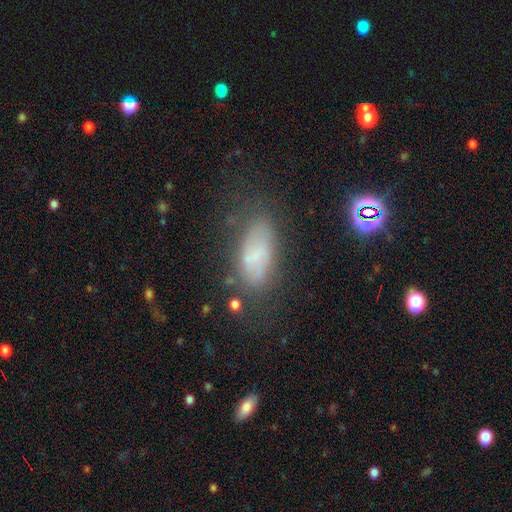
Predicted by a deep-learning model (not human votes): A smooth galaxy with no disk features (57%) that is in between round and cigar-shaped (79%). Merging: none (58%).